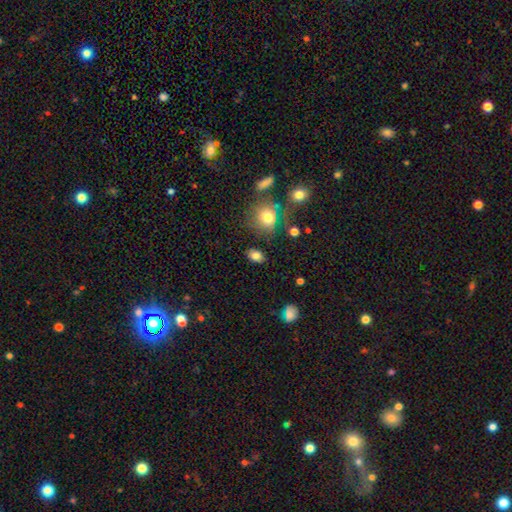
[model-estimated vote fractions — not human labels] smooth-or-featured: smooth: 80% | star or artifact: 11% | featured or disk: 8%
  how-rounded: in between: 81% | round: 17% | cigar-shaped: 2%
  merging: none: 83% | minor disturbance: 11% | major disturbance: 3% | merger: 3%